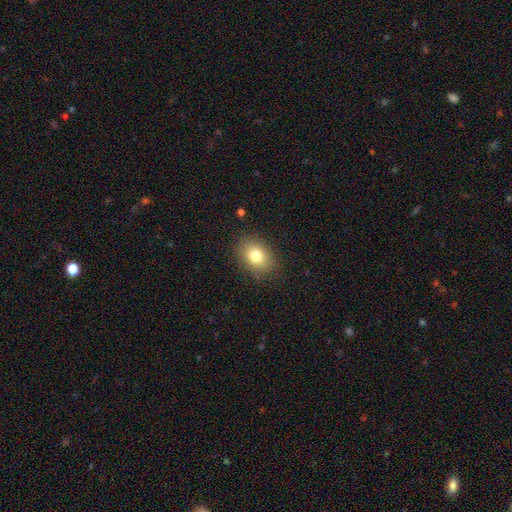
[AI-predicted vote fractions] This appears to be a smooth galaxy with no disk features (79%) that is in between round and cigar-shaped (64%). Merging: none (86%).